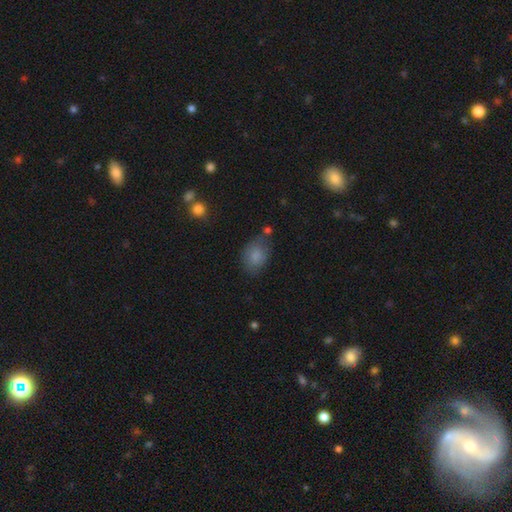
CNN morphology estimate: smooth_or_featured: smooth (p=0.82) [alt: star or artifact p=0.09]
how_rounded: in between (p=0.74) [alt: round p=0.25]
merging: none (p=0.58) [alt: minor disturbance p=0.26]